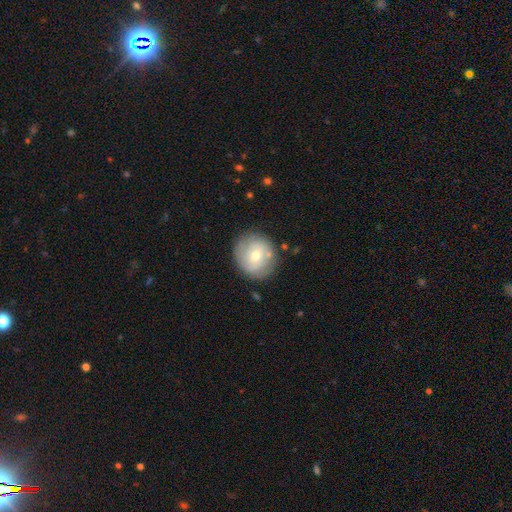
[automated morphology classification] smooth 47%, featured or disk 45%, star or artifact 7%. Down the decision tree: merging — none (78%).